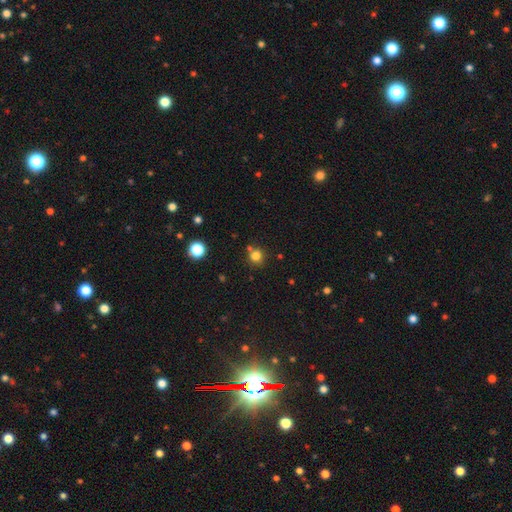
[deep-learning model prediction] Smooth or featured?
  - smooth: 80% *
  - star or artifact: 15%
  - featured or disk: 6%
How rounded?
  - round: 90% *
  - in between: 9%
  - cigar-shaped: 1%
Merging?
  - none: 73% *
  - merger: 14%
  - minor disturbance: 10%
  - major disturbance: 3%